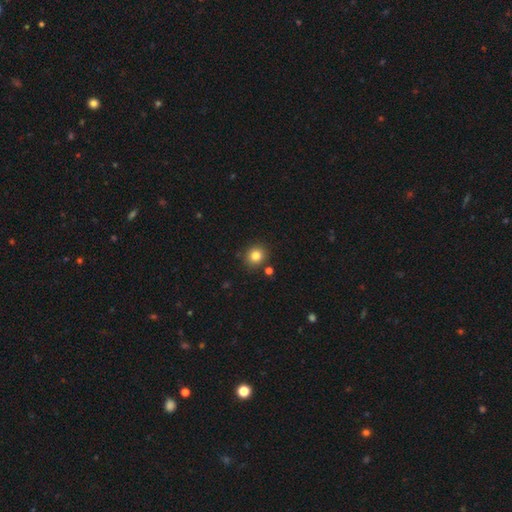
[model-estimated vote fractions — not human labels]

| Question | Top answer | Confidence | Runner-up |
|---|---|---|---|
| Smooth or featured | smooth | 82% | star or artifact (12%) |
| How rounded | round | 85% | in between (14%) |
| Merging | none | 86% | minor disturbance (7%) |